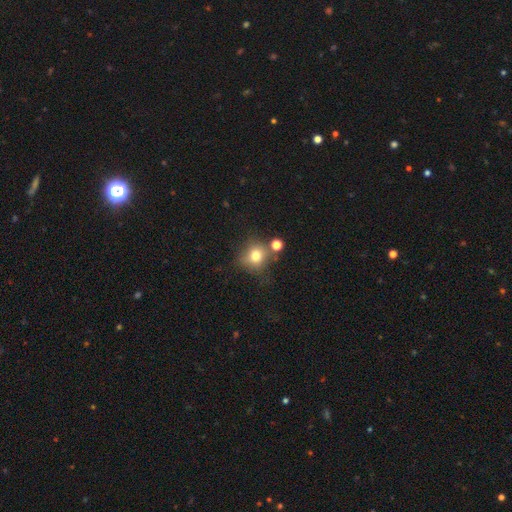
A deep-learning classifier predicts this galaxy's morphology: This is likely a smooth galaxy (75%). How rounded: clearly round (81%). Merging: likely none (63%).